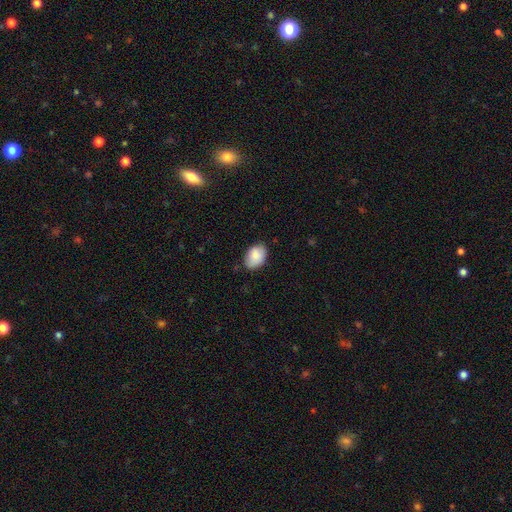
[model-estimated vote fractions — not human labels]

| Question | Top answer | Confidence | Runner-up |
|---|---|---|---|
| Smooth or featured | smooth | 87% | star or artifact (7%) |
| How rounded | in between | 83% | round (16%) |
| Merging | none | 76% | minor disturbance (19%) |